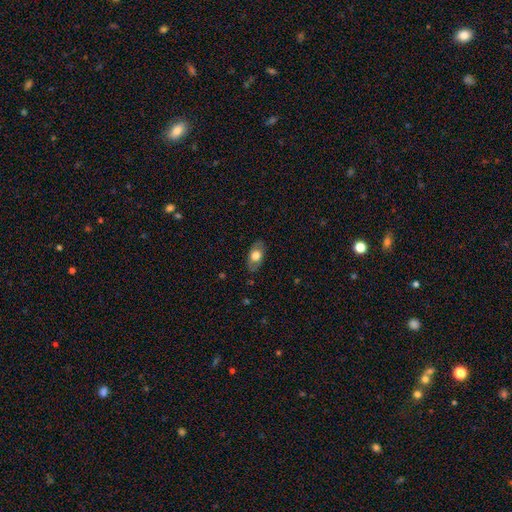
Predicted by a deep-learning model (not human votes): A smooth galaxy with no disk features (62%) that is in between round and cigar-shaped (90%).

Vote fractions:
- Smooth or featured? smooth: 62% / featured or disk: 32% / star or artifact: 6%
- How rounded? in between: 90% / round: 6% / cigar-shaped: 4%
- Merging? none: 82% / minor disturbance: 14% / major disturbance: 4% / merger: 1%